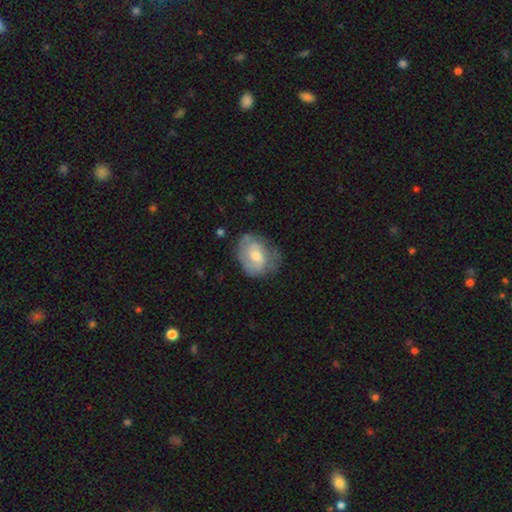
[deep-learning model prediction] featured or disk 55%, smooth 38%, star or artifact 7%. Down the decision tree: edge-on disk — no (96%); bar — no (59%); spiral arms — yes (74%); bulge size — moderate (64%); merging — none (60%).